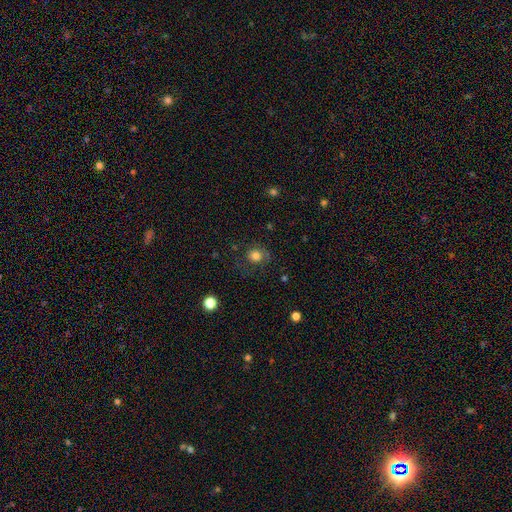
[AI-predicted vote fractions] This is likely a smooth galaxy (74%). How rounded: clearly round (81%). Merging: likely none (70%).